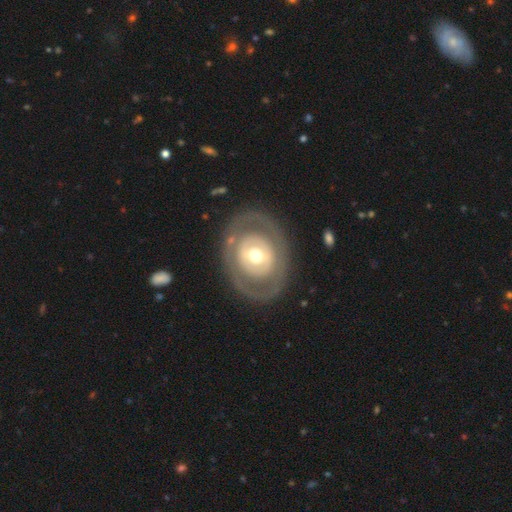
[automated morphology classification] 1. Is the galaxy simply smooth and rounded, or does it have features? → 63% featured or disk, 32% smooth, 5% star or artifact.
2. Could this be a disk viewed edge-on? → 94% no, 6% yes.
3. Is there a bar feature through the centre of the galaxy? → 66% no, 22% weak, 12% strong.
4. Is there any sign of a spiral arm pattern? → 82% no, 18% yes.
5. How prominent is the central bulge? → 66% moderate, 18% small, 13% large, 1% dominant, 1% none.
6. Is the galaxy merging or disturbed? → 80% none, 11% minor disturbance, 7% major disturbance, 2% merger.